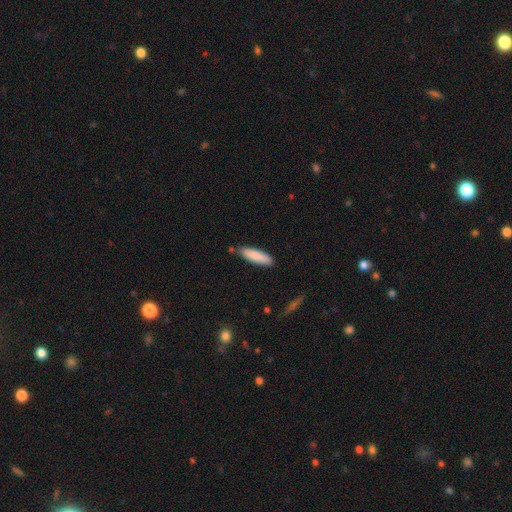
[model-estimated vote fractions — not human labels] smooth-or-featured: smooth: 85% | featured or disk: 9% | star or artifact: 6%
  how-rounded: cigar-shaped: 65% | in between: 34% | round: 1%
  merging: none: 80% | minor disturbance: 14% | merger: 4% | major disturbance: 2%